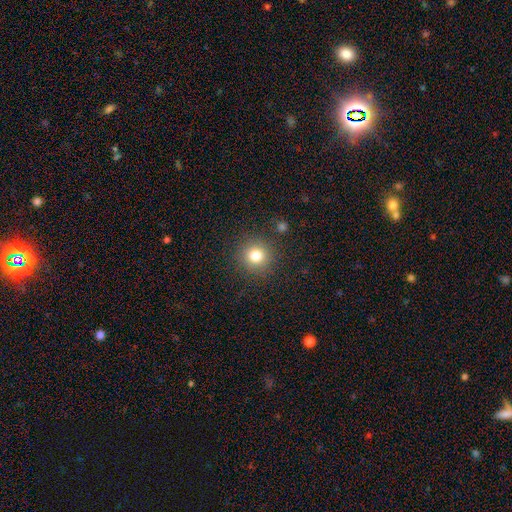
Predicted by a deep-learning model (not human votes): Morphology: type=smooth (79%); roundness=round (94%); merging=none (88%).